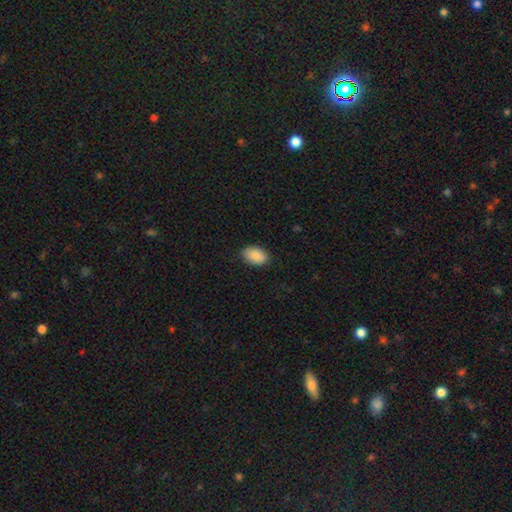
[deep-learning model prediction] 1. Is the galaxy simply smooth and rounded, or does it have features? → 89% smooth, 7% star or artifact, 5% featured or disk.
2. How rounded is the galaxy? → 89% in between, 10% round, 1% cigar-shaped.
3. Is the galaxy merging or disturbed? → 87% none, 10% minor disturbance, 2% major disturbance, 1% merger.